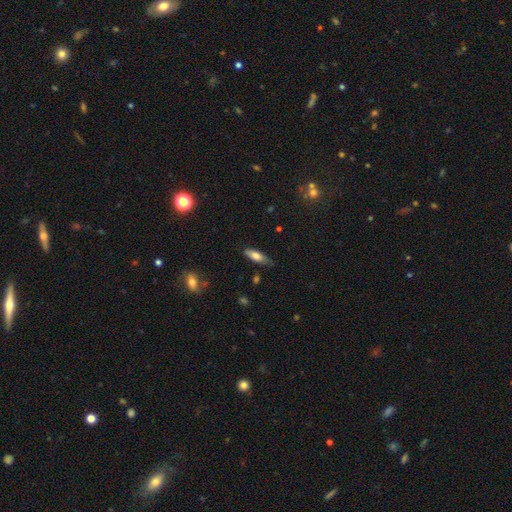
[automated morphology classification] smooth 70%, featured or disk 23%, star or artifact 7%. Down the decision tree: how rounded — in between (60%); merging — none (71%).